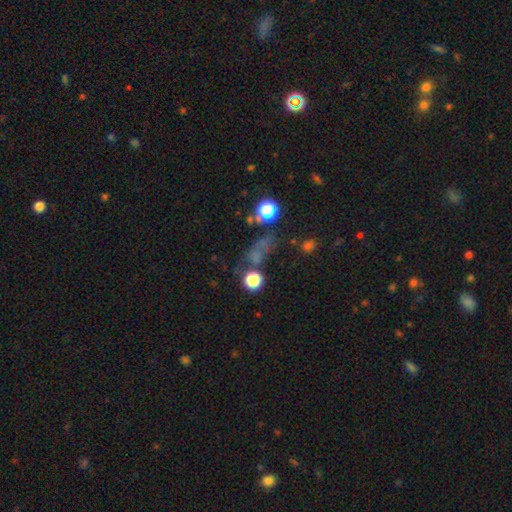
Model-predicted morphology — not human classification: A star or artifact, not a galaxy (55%).

Vote fractions:
- Smooth or featured? star or artifact: 55% / smooth: 30% / featured or disk: 14%